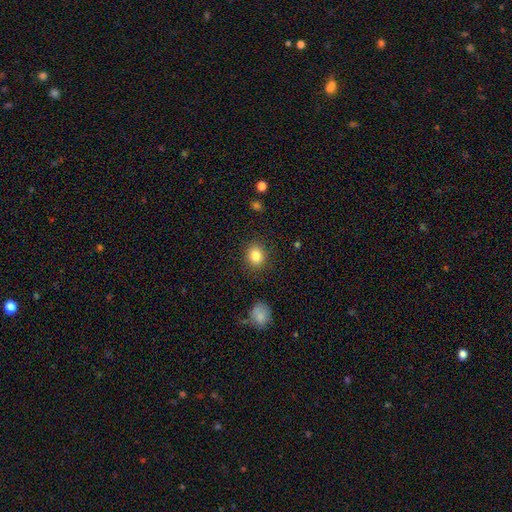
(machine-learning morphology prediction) Smooth or featured? Predicted: smooth (p=0.85). How rounded? Predicted: round (p=0.68). Merging? Predicted: none (p=0.87).